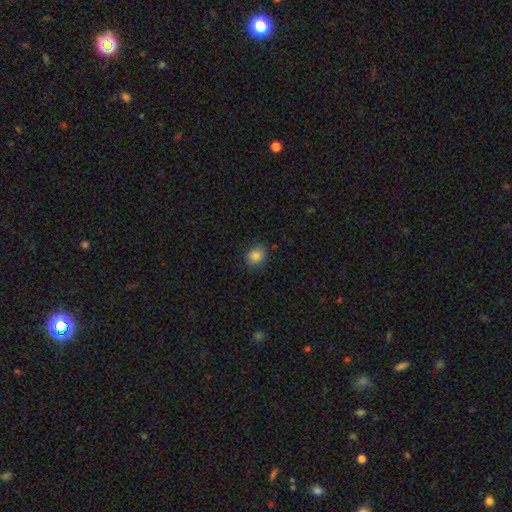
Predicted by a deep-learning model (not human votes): Overall: smooth (85%). How rounded: round (63%; in between 36%). Merging: none (85%).